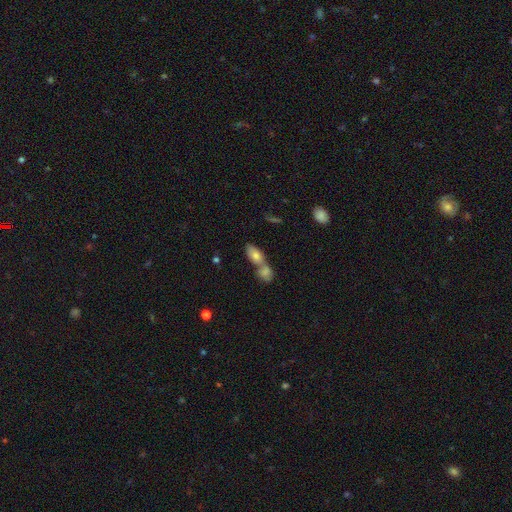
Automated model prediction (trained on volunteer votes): This appears to be a smooth galaxy with no disk features (71%) that is in between round and cigar-shaped (82%). Merging: merger (60%).